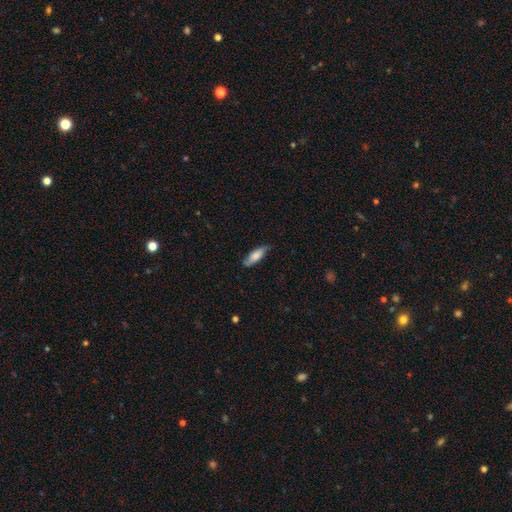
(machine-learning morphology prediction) smooth-or-featured: smooth: 73% | featured or disk: 21% | star or artifact: 6%
  how-rounded: in between: 54% | cigar-shaped: 44% | round: 2%
  merging: none: 72% | minor disturbance: 23% | major disturbance: 4% | merger: 1%